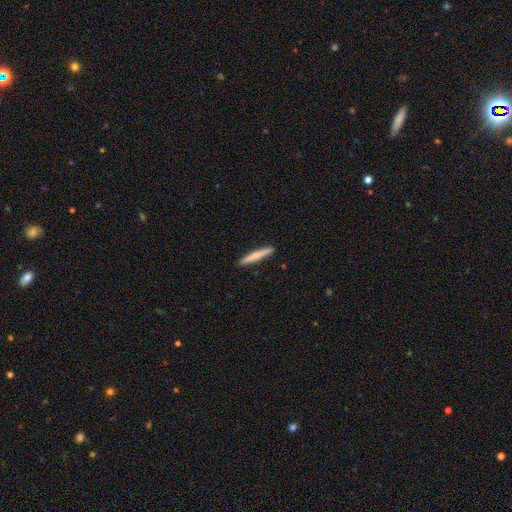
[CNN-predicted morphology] A smooth galaxy with no disk features (72%) that is cigar-shaped (95%).

Vote fractions:
- Smooth or featured? smooth: 72% / featured or disk: 23% / star or artifact: 5%
- How rounded? cigar-shaped: 95% / in between: 3% / round: 1%
- Merging? none: 91% / minor disturbance: 6% / major disturbance: 1% / merger: 1%